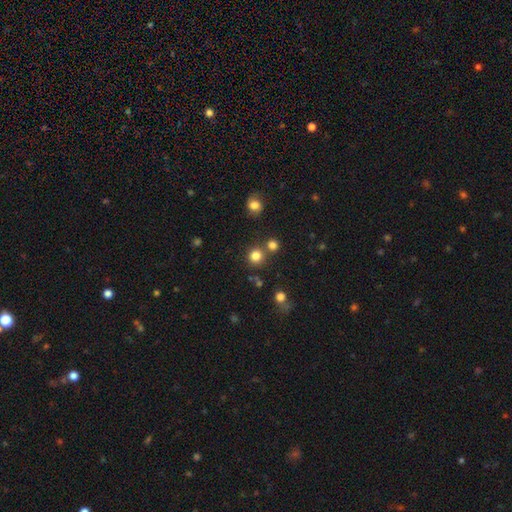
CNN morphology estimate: Smooth or featured: smooth — 80% (star or artifact — 15%)
How rounded: round — 92% (in between — 7%)
Merging: none — 77% (merger — 13%)